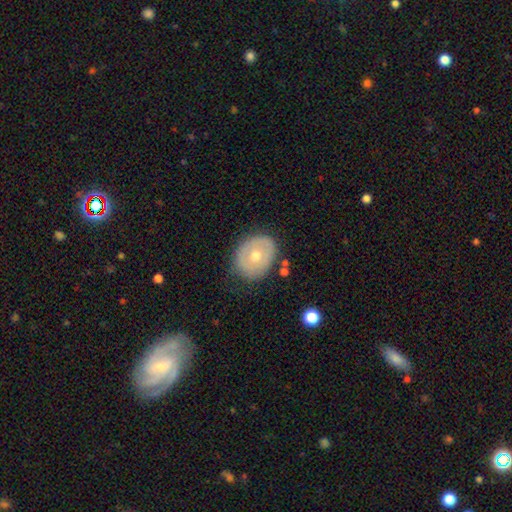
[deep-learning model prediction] Morphology: type=smooth (55%); roundness=round (53%); merging=none (76%).